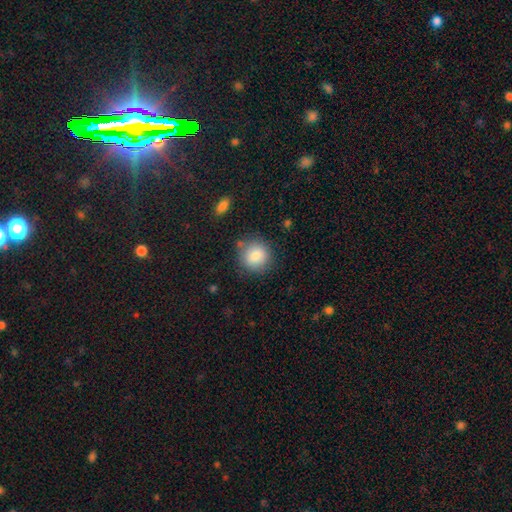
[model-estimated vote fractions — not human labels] smooth-or-featured: smooth: 83% | featured or disk: 9% | star or artifact: 8%
  how-rounded: round: 89% | in between: 10% | cigar-shaped: 1%
  merging: none: 79% | minor disturbance: 13% | merger: 4% | major disturbance: 4%